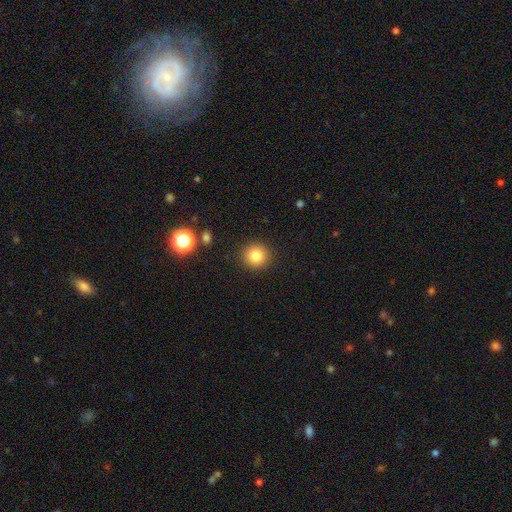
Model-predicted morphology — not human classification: A smooth galaxy with no disk features (83%) that is round (93%). Merging: none (90%).